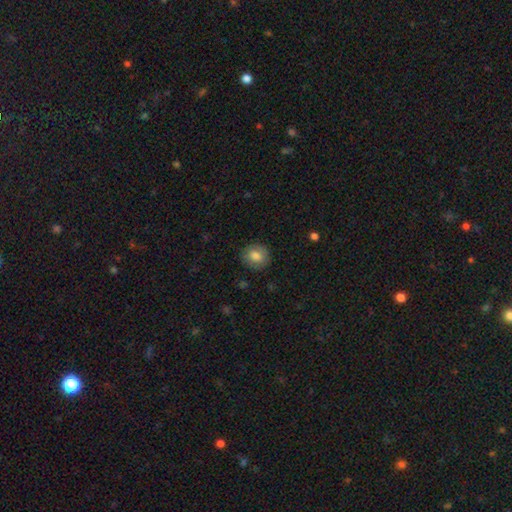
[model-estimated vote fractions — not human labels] Overall: smooth (82%). How rounded: round (82%). Merging: none (88%).